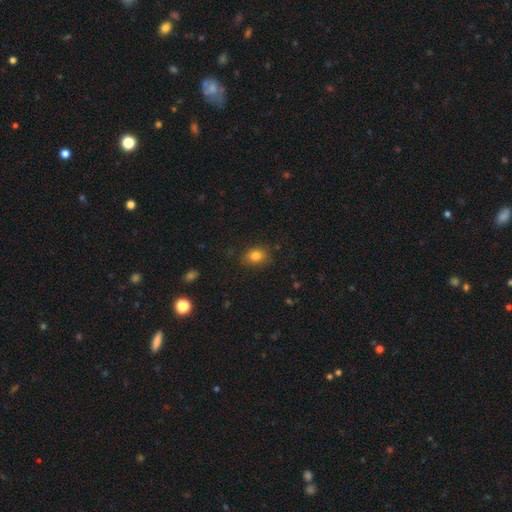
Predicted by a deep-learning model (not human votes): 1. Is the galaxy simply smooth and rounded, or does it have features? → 82% smooth, 11% star or artifact, 7% featured or disk.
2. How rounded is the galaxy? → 57% in between, 42% round, 1% cigar-shaped.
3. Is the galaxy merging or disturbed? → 81% none, 15% minor disturbance, 3% major disturbance, 1% merger.